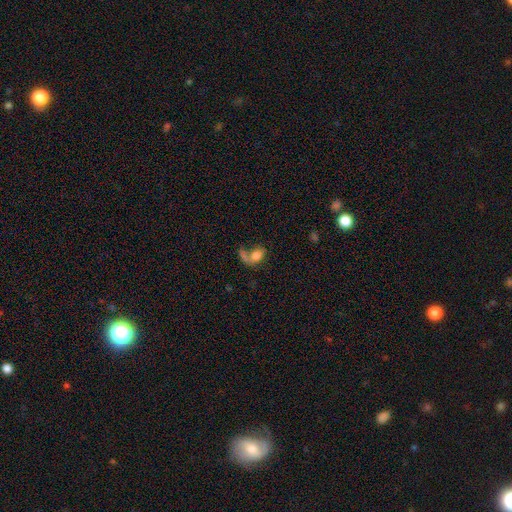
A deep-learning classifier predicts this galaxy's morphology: This is likely a smooth galaxy (65%). How rounded: likely in between (79%). Merging: marginally merger (35%).